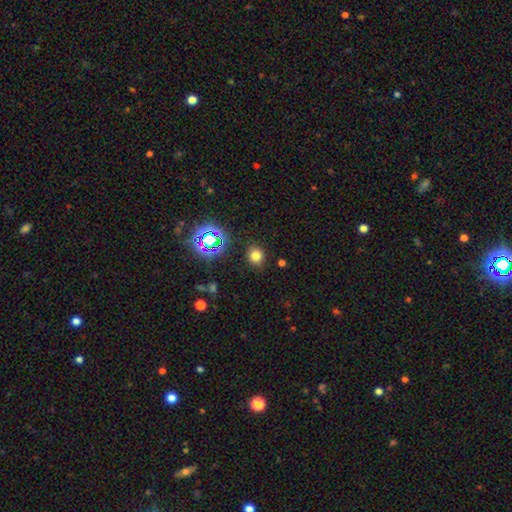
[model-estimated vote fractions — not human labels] Smooth or featured? Predicted: smooth (p=0.72). How rounded? Predicted: round (p=0.80). Merging? Predicted: none (p=0.87).